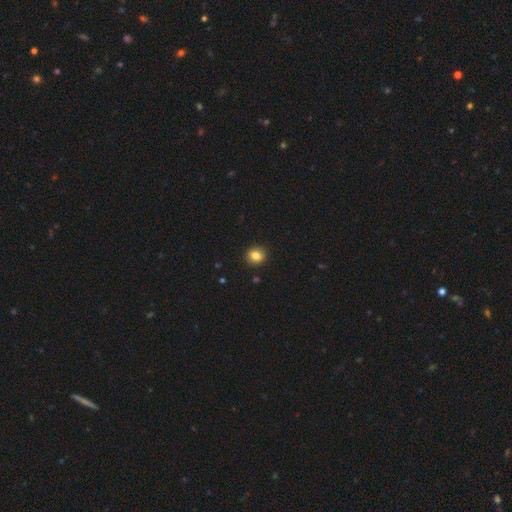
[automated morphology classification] A smooth galaxy with no disk features (83%) that is round (78%).

Vote fractions:
- Smooth or featured? smooth: 83% / star or artifact: 10% / featured or disk: 6%
- How rounded? round: 78% / in between: 21% / cigar-shaped: 1%
- Merging? none: 91% / minor disturbance: 6% / major disturbance: 2% / merger: 1%